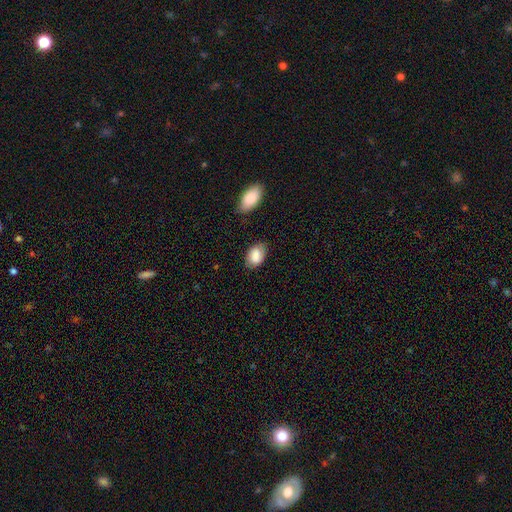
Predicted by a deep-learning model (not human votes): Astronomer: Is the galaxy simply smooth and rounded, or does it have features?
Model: smooth — 85%.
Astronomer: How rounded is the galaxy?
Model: in between — 87%.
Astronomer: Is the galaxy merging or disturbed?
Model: none — 75%.